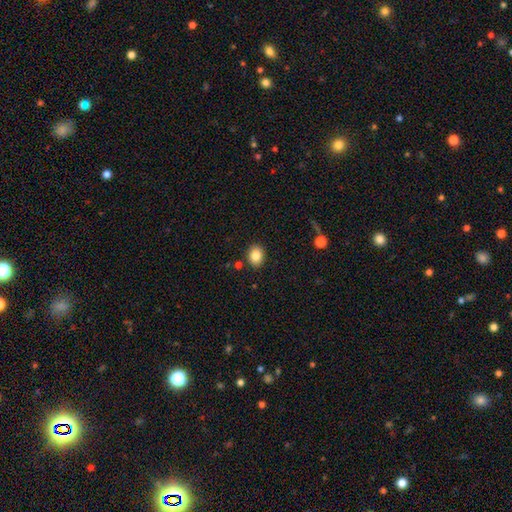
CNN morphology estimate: Smooth or featured?
  - smooth: 84% *
  - star or artifact: 9%
  - featured or disk: 7%
How rounded?
  - round: 50% *
  - in between: 49%
  - cigar-shaped: 1%
Merging?
  - none: 88% *
  - minor disturbance: 8%
  - merger: 2%
  - major disturbance: 2%